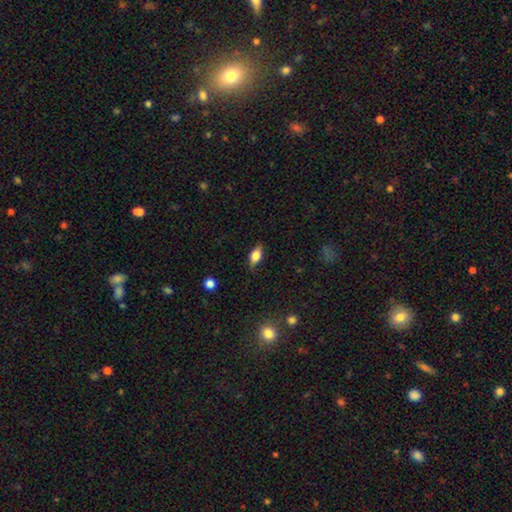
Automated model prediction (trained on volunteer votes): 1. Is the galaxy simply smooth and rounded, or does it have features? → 64% smooth, 27% featured or disk, 9% star or artifact.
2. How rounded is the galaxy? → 80% in between, 11% cigar-shaped, 8% round.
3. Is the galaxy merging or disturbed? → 80% none, 15% minor disturbance, 3% major disturbance, 1% merger.